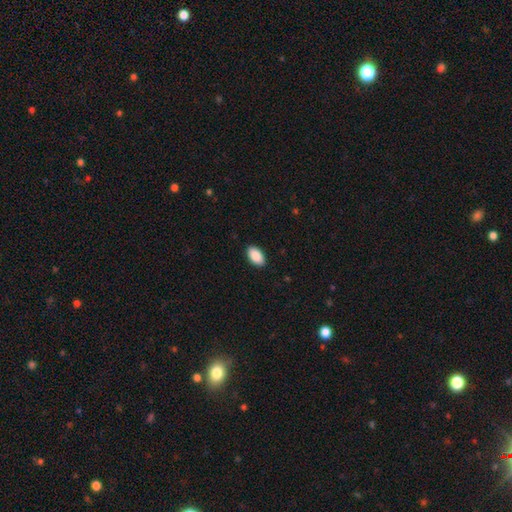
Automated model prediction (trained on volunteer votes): A smooth galaxy with no disk features (90%) that is in between round and cigar-shaped (95%).

Vote fractions:
- Smooth or featured? smooth: 90% / star or artifact: 6% / featured or disk: 4%
- How rounded? in between: 95% / round: 3% / cigar-shaped: 1%
- Merging? none: 90% / minor disturbance: 7% / major disturbance: 2% / merger: 1%